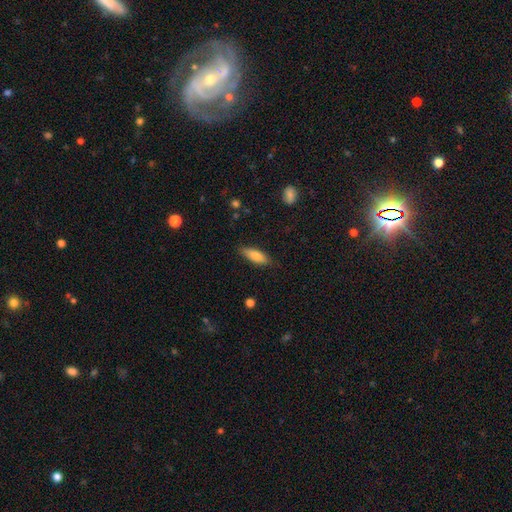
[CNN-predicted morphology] smooth_or_featured: smooth (p=0.81) [alt: featured or disk p=0.12]
how_rounded: in between (p=0.63) [alt: cigar-shaped p=0.35]
merging: none (p=0.81) [alt: minor disturbance p=0.15]